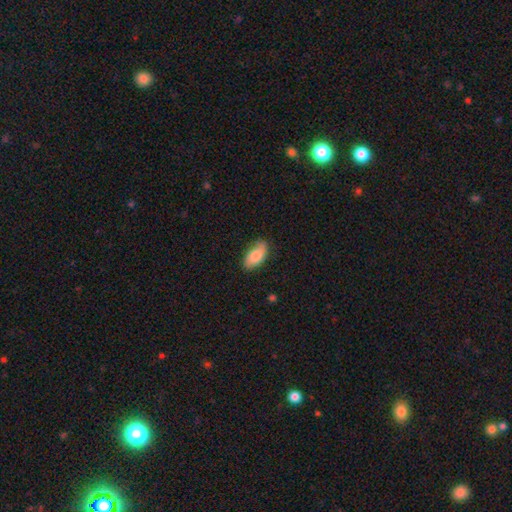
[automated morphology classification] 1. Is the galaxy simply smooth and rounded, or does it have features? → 75% smooth, 18% featured or disk, 7% star or artifact.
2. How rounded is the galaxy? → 93% in between, 4% cigar-shaped, 3% round.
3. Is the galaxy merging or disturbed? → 73% none, 21% minor disturbance, 4% major disturbance, 1% merger.